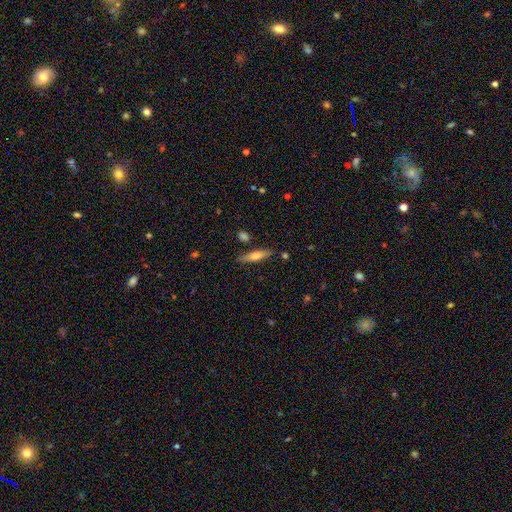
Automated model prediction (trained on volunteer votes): This is possibly a smooth galaxy (57%). How rounded: likely cigar-shaped (76%). Merging: clearly none (83%).